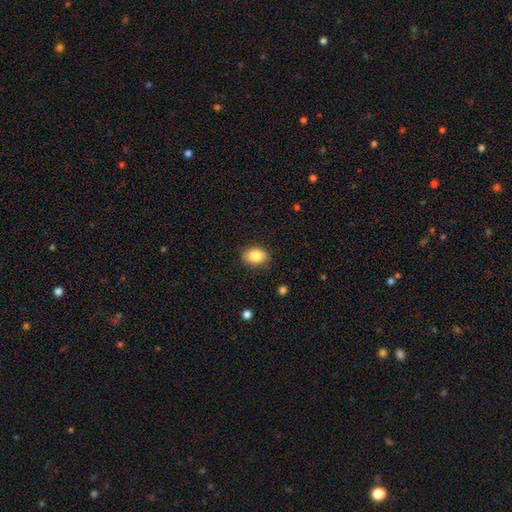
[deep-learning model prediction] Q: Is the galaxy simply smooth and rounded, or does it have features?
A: smooth — 85%.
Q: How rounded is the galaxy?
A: in between — 78%.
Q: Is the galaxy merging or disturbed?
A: none — 85%.